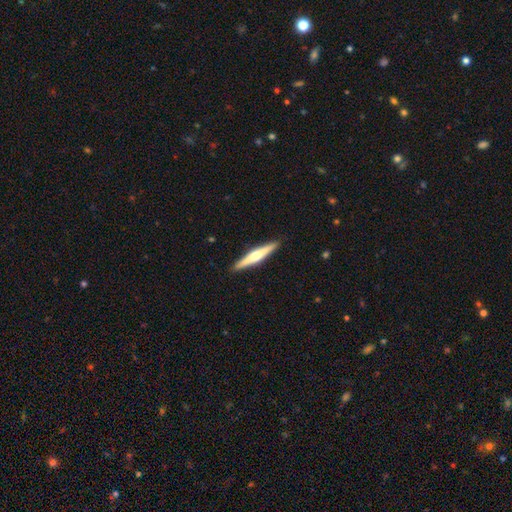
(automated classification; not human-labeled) Morphology: type=featured or disk (64%); edge-on=yes (97%); edge-on bulge=rounded (92%); merging=none (91%).